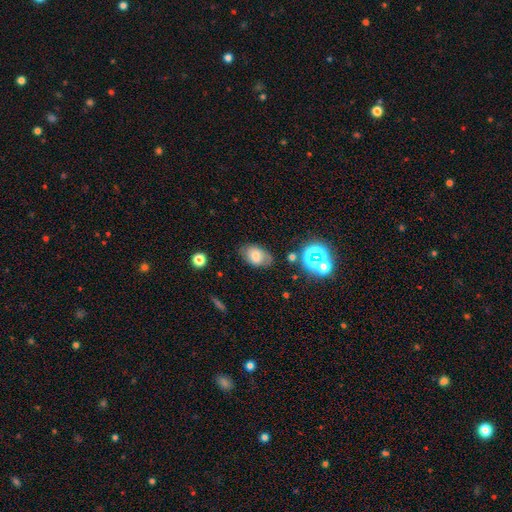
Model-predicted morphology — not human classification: smooth 67%, featured or disk 19%, star or artifact 13%. Down the decision tree: how rounded — in between (86%); merging — none (69%).